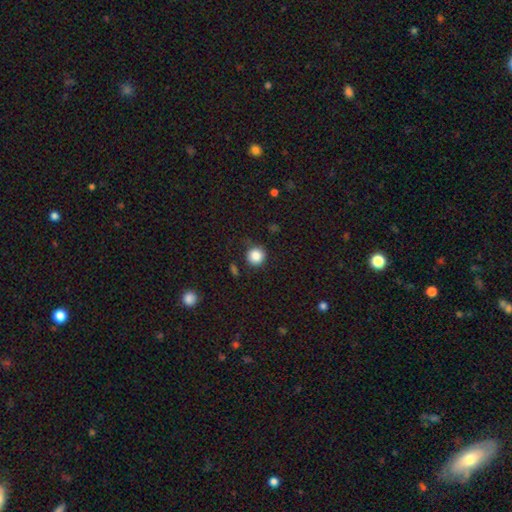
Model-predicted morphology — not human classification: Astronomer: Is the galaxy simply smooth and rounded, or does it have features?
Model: smooth — 86%.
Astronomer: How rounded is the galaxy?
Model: round — 93%.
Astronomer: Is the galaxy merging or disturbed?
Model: none — 84%.